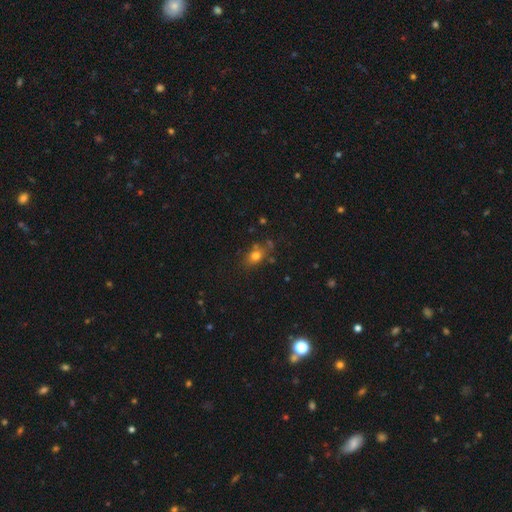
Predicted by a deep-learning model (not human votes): Smooth or featured?
  - smooth: 74% *
  - star or artifact: 15%
  - featured or disk: 11%
How rounded?
  - in between: 57% *
  - round: 40%
  - cigar-shaped: 3%
Merging?
  - none: 66% *
  - minor disturbance: 19%
  - merger: 9%
  - major disturbance: 6%